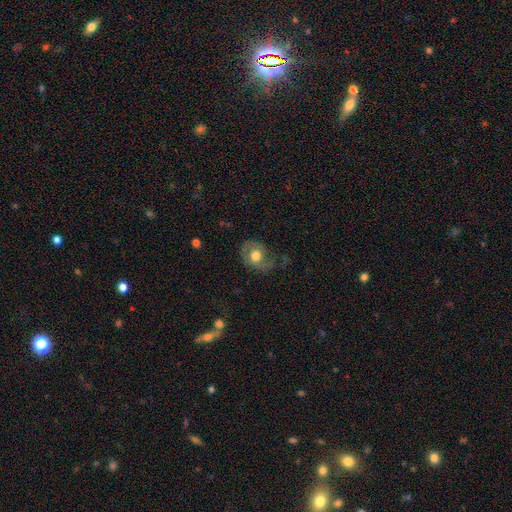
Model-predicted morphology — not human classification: Smooth or featured? Predicted: smooth (p=0.50). How rounded? Predicted: round (p=0.56). Merging? Predicted: none (p=0.46).